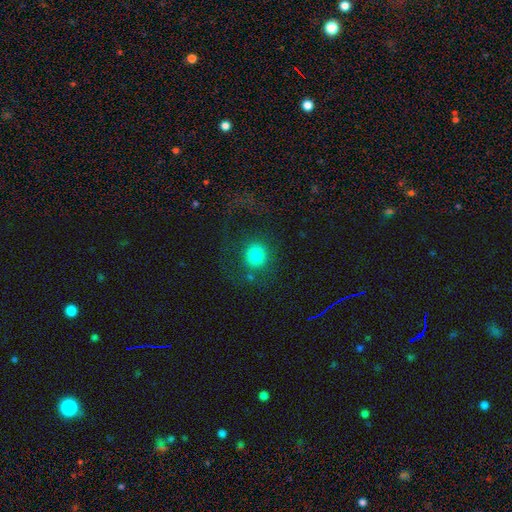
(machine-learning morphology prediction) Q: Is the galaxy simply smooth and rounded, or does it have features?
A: smooth — 78%.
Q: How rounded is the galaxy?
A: round — 86%.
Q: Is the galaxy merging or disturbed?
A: none — 65%.